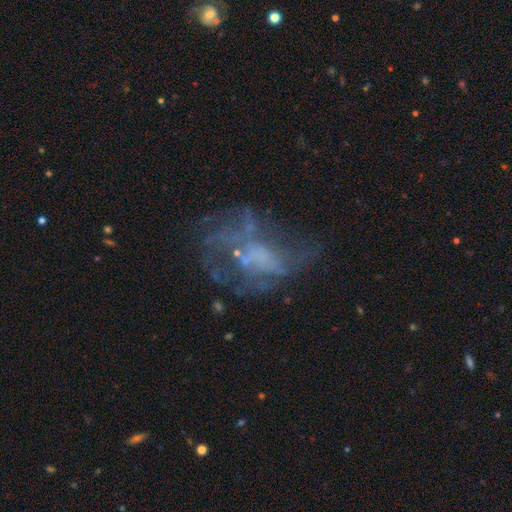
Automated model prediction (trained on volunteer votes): Smooth or featured: featured or disk — 64% (star or artifact — 19%)
Edge-on disk: no — 97% (yes — 3%)
Bar: no — 80% (weak — 16%)
Spiral arms: no — 66% (yes — 34%)
Bulge size: none — 69% (small — 16%)
Merging: none — 40% (major disturbance — 38%)